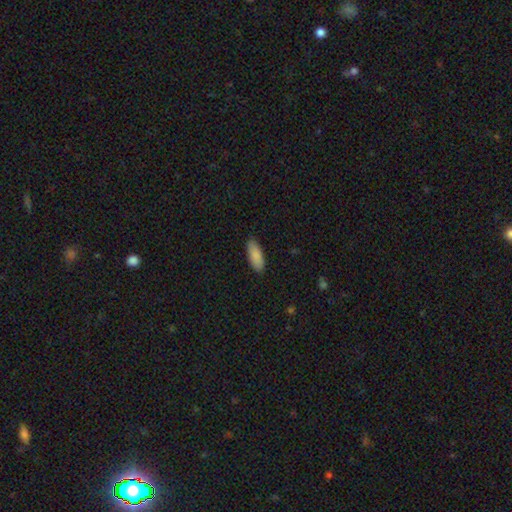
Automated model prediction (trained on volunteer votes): Q: Smooth or featured?
A: smooth (88%); runner-up: featured or disk (6%)
Q: How rounded?
A: in between (78%); runner-up: cigar-shaped (20%)
Q: Merging?
A: none (86%); runner-up: minor disturbance (11%)